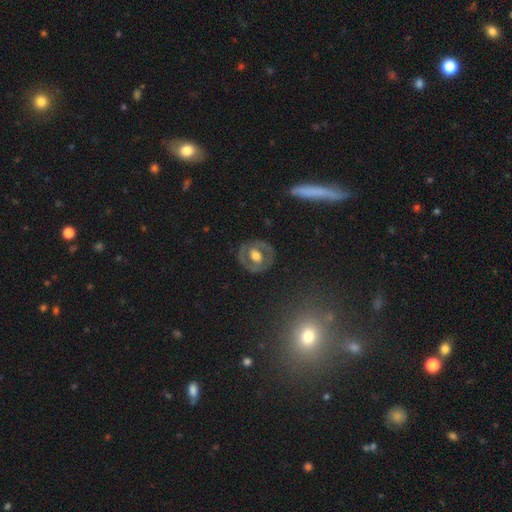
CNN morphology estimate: smooth-or-featured: featured or disk: 60% | smooth: 33% | star or artifact: 6%
  disk-edge-on: no: 94% | yes: 6%
    bar: no: 54% | weak: 30% | strong: 17%
    has-spiral-arms: no: 72% | yes: 28%
    bulge-size: moderate: 56% | large: 35% | small: 6% | dominant: 2% | none: 2%
  merging: none: 80% | minor disturbance: 13% | major disturbance: 6% | merger: 1%